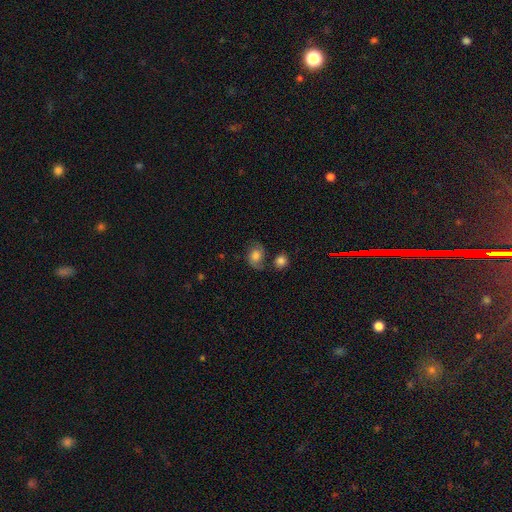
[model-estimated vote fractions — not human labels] Smooth or featured? Predicted: smooth (p=0.55). How rounded? Predicted: round (p=0.50). Merging? Predicted: none (p=0.55).